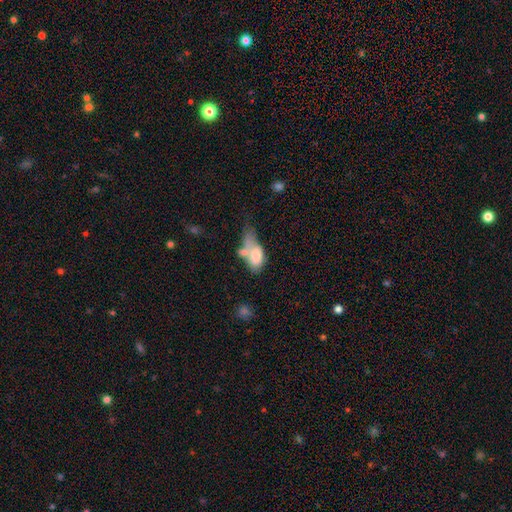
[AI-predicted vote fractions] Overall: smooth (66%; featured or disk 26%). How rounded: in between (87%). Merging: merger (45%; major disturbance 22%).